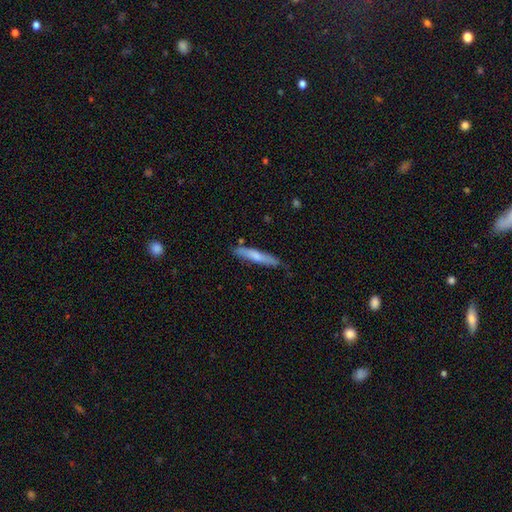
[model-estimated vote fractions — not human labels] smooth 65%, featured or disk 30%, star or artifact 5%. Down the decision tree: how rounded — cigar-shaped (92%); merging — none (81%).